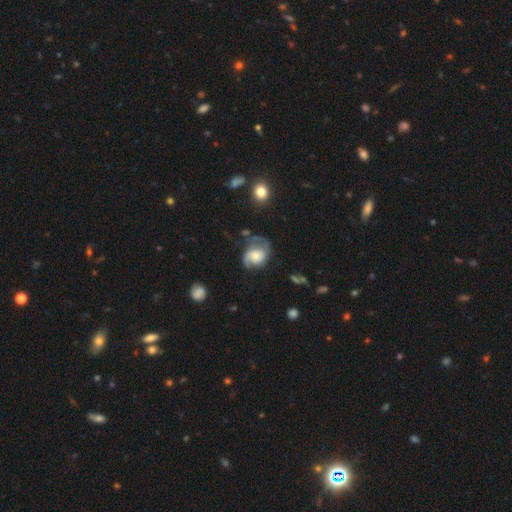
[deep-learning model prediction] This appears to be a featured or disk galaxy (71%) with no bar (63%), 2 (75%) medium (46%) spiral arms (90%) and a moderate central bulge (43%). Merging: none (48%).